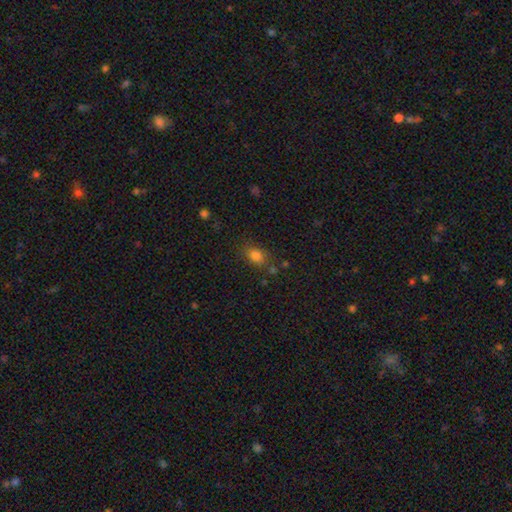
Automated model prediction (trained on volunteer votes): Smooth or featured? smooth (79%)
How rounded? in between (68%)
Merging? none (72%)